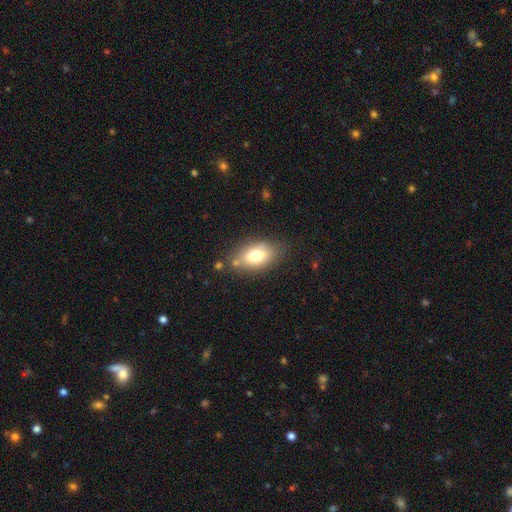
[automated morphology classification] Q: Smooth or featured?
A: smooth (75%); runner-up: featured or disk (17%)
Q: How rounded?
A: in between (87%); runner-up: round (10%)
Q: Merging?
A: none (74%); runner-up: minor disturbance (16%)